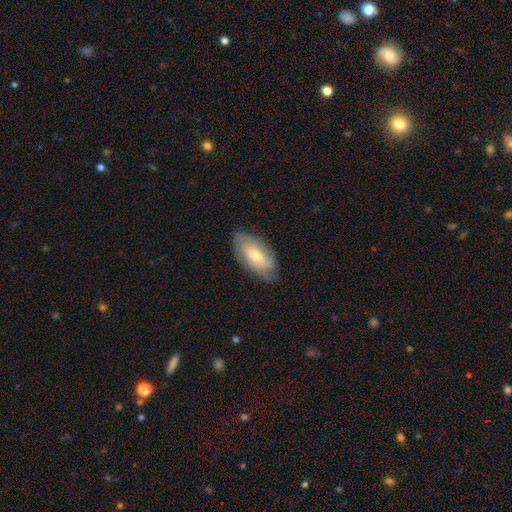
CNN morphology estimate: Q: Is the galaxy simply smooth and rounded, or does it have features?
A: featured or disk — 52%.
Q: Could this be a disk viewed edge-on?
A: no — 87%.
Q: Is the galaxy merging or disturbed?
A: none — 79%.